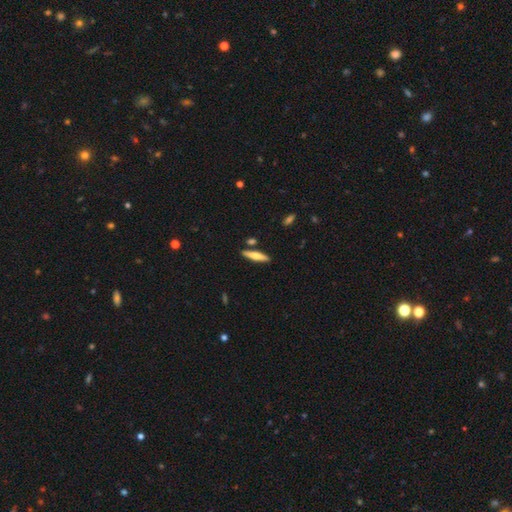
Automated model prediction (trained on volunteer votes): A smooth galaxy with no disk features (60%) that is cigar-shaped (83%). Merging: none (85%).